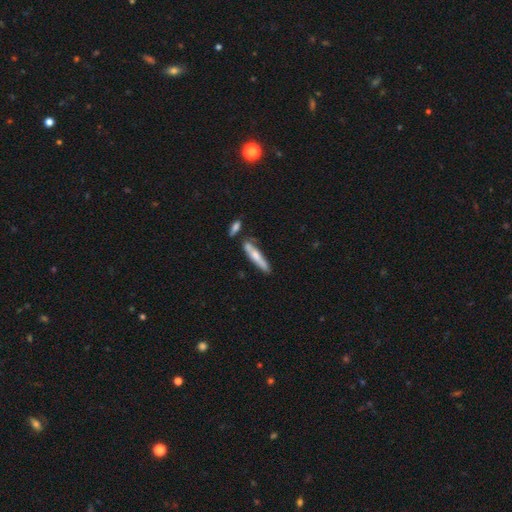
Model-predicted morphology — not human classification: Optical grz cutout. It shows a smooth galaxy with no disk features (59%) that is cigar-shaped (87%). Merging: none (62%).